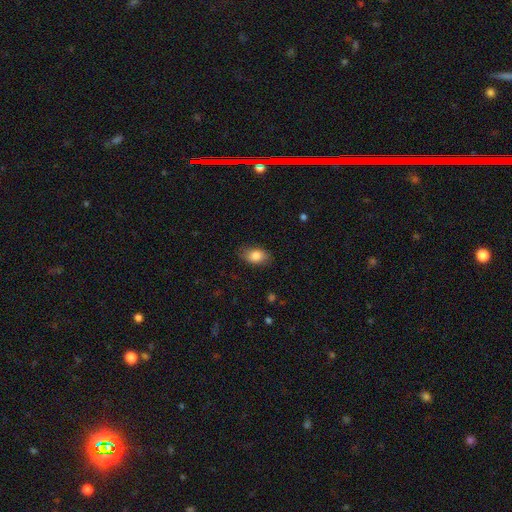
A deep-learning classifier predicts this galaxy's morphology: Q: Smooth or featured?
A: smooth (83%); runner-up: featured or disk (9%)
Q: How rounded?
A: in between (87%); runner-up: round (11%)
Q: Merging?
A: none (81%); runner-up: minor disturbance (15%)